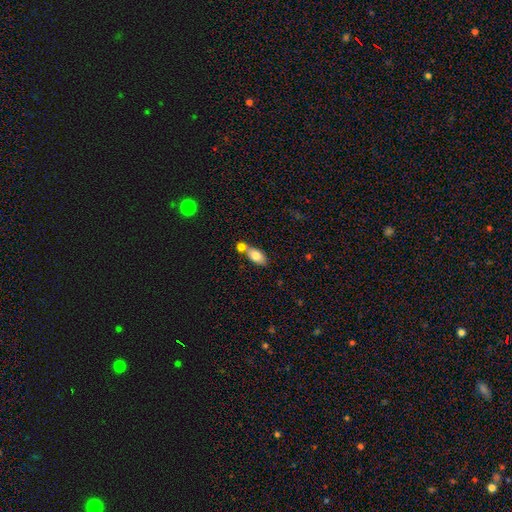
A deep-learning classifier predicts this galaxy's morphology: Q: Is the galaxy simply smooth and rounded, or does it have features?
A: smooth — 76%.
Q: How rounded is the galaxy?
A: in between — 86%.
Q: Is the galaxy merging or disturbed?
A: none — 44%.